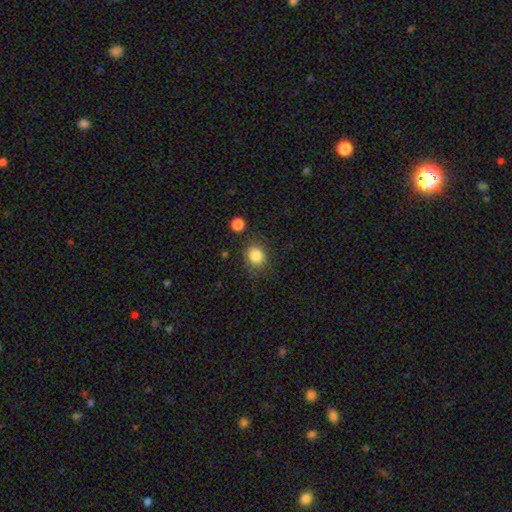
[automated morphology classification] Overall: smooth (84%). How rounded: round (74%). Merging: none (80%).